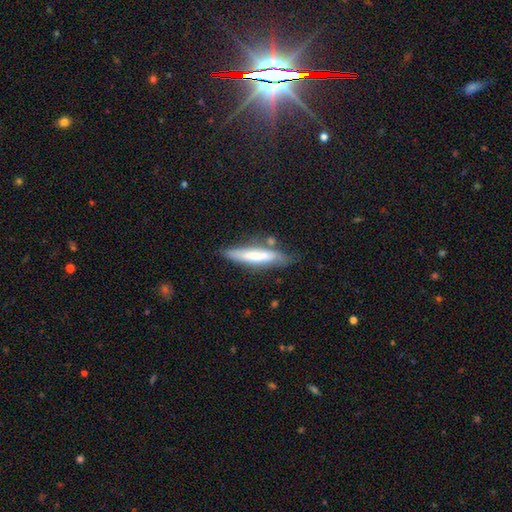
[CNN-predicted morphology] A smooth galaxy with no disk features (54%) that is cigar-shaped (83%). Merging: none (67%).